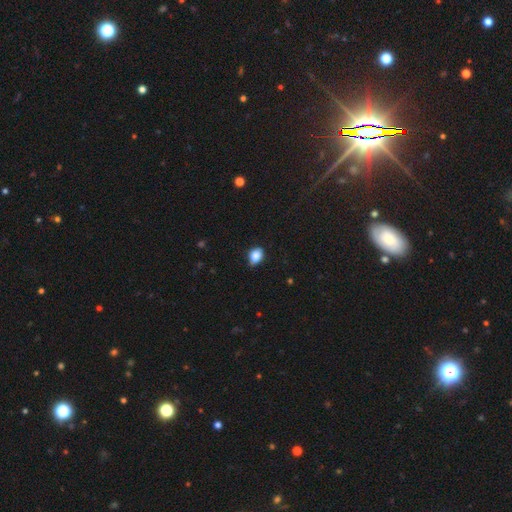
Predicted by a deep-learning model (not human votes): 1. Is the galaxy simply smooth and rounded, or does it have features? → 86% smooth, 9% star or artifact, 6% featured or disk.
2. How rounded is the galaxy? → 67% in between, 32% round, 1% cigar-shaped.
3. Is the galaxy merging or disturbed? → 64% none, 31% minor disturbance, 4% major disturbance, 1% merger.